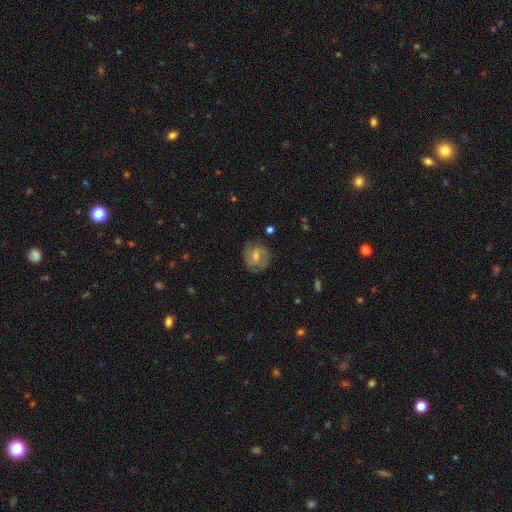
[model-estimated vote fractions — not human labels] Morphology: type=featured or disk (77%); edge-on=no (97%); bar=weak (53%); spiral arms=yes (94%); winding=medium (45%); arm count=2 (73%); bulge=moderate (47%); merging=none (79%).